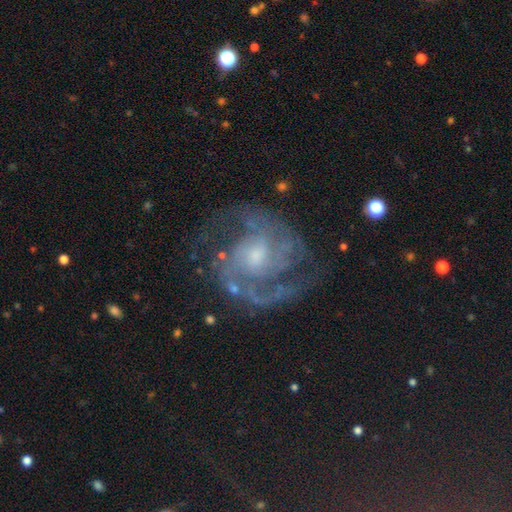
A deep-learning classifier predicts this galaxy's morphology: Smooth or featured? Predicted: featured or disk (p=0.91). Edge-on disk? Predicted: no (p=0.98). Bar? Predicted: no (p=0.49). Spiral arms? Predicted: yes (p=0.98). Spiral winding? Predicted: medium (p=0.55). Spiral arm count? Predicted: 2 (p=0.69). Bulge size? Predicted: small (p=0.48). Merging? Predicted: none (p=0.72).